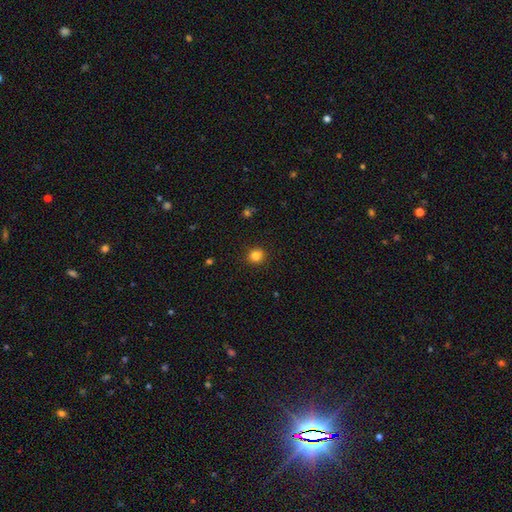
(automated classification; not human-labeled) A smooth galaxy with no disk features (83%) that is round (91%).

Vote fractions:
- Smooth or featured? smooth: 83% / star or artifact: 12% / featured or disk: 5%
- How rounded? round: 91% / in between: 8% / cigar-shaped: 1%
- Merging? none: 91% / minor disturbance: 6% / major disturbance: 2% / merger: 1%